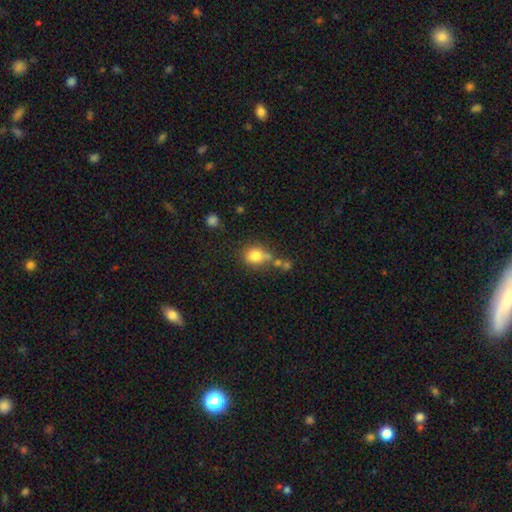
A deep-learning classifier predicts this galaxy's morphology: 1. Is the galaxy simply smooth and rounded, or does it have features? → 78% smooth, 11% star or artifact, 11% featured or disk.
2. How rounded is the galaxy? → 59% round, 40% in between, 2% cigar-shaped.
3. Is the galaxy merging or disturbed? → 45% none, 23% merger, 21% minor disturbance, 11% major disturbance.